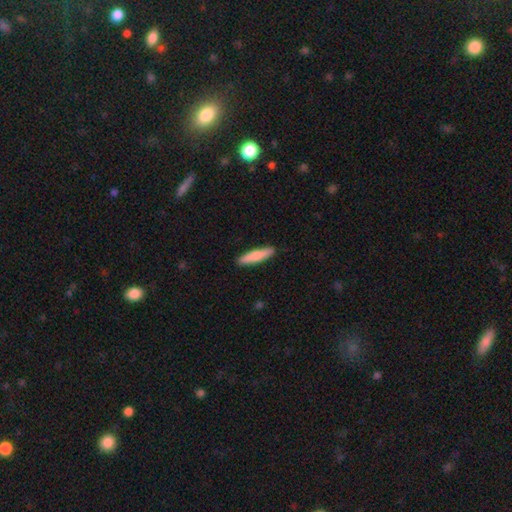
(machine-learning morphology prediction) smooth-or-featured: smooth: 77% | featured or disk: 18% | star or artifact: 5%
  how-rounded: cigar-shaped: 85% | in between: 14% | round: 1%
  merging: none: 90% | minor disturbance: 7% | major disturbance: 1% | merger: 1%